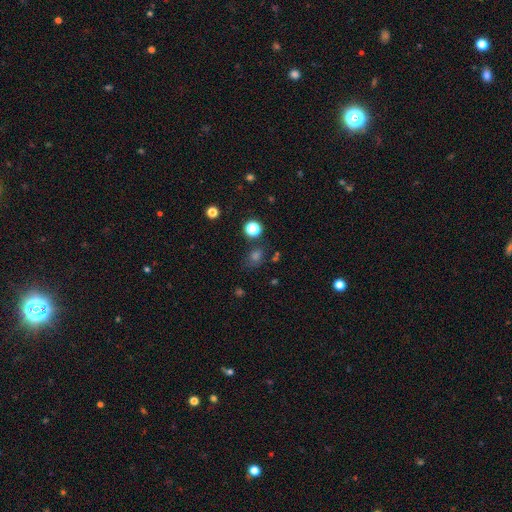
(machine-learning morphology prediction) smooth 63%, star or artifact 29%, featured or disk 8%. Down the decision tree: how rounded — round (61%); merging — none (71%).